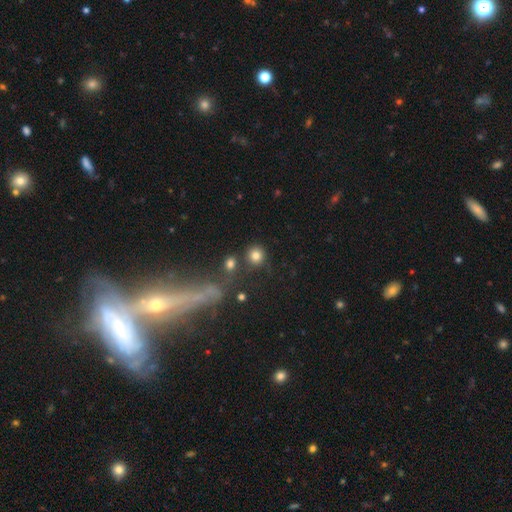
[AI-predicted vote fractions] Morphology: type=smooth (80%); roundness=round (90%); merging=none (73%).